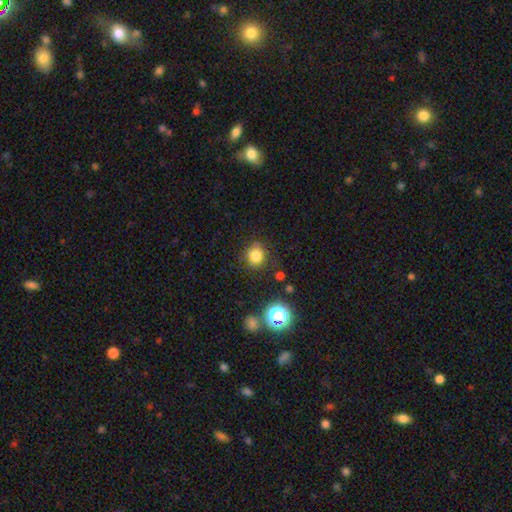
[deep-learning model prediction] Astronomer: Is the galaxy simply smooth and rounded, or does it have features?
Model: smooth — 78%.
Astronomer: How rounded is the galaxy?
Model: round — 82%.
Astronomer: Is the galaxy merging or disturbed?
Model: none — 79%.